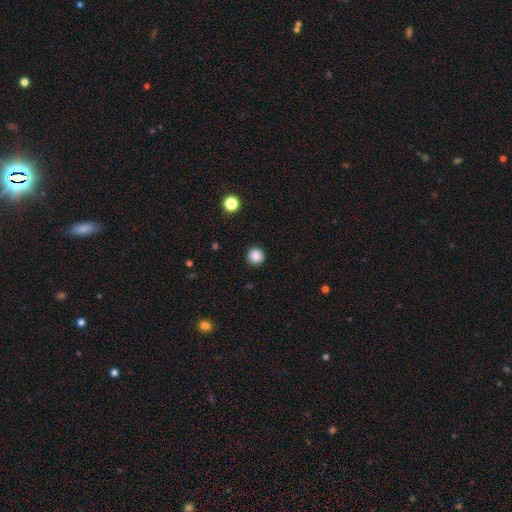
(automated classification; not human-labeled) Overall: smooth (86%). How rounded: round (95%). Merging: none (91%).